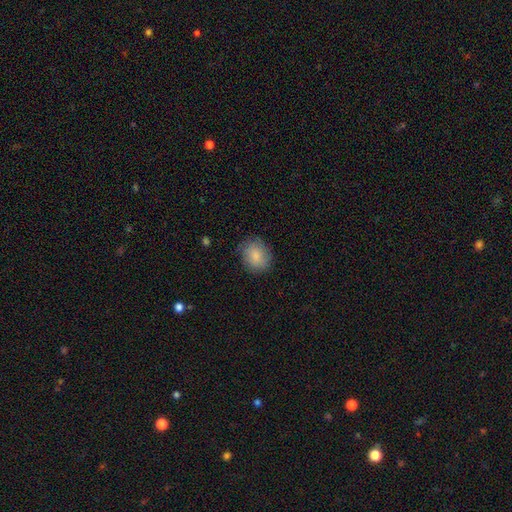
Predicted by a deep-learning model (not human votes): Q: Smooth or featured?
A: smooth (85%); runner-up: featured or disk (8%)
Q: How rounded?
A: round (68%); runner-up: in between (31%)
Q: Merging?
A: none (80%); runner-up: minor disturbance (16%)